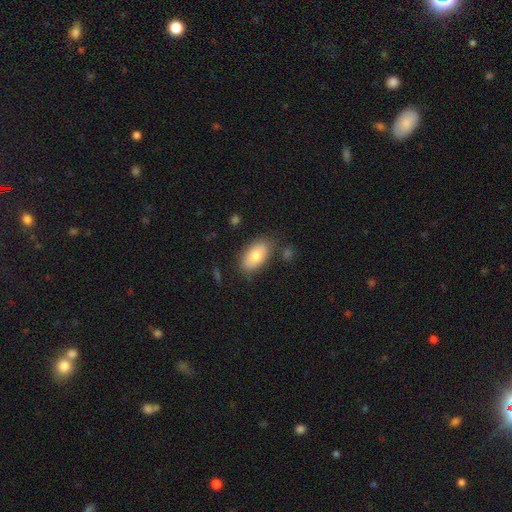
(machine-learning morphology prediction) Smooth or featured?
  - smooth: 76% *
  - featured or disk: 17%
  - star or artifact: 7%
How rounded?
  - in between: 93% *
  - round: 5%
  - cigar-shaped: 2%
Merging?
  - none: 77% *
  - minor disturbance: 15%
  - major disturbance: 4%
  - merger: 3%